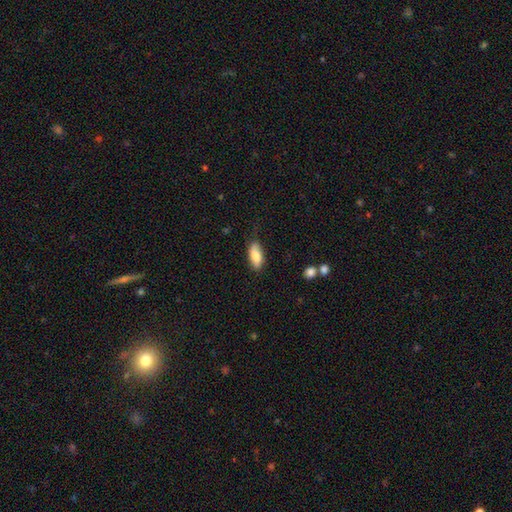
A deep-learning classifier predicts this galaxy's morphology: A smooth galaxy with no disk features (78%) that is in between round and cigar-shaped (83%).

Vote fractions:
- Smooth or featured? smooth: 78% / featured or disk: 16% / star or artifact: 6%
- How rounded? in between: 83% / cigar-shaped: 14% / round: 3%
- Merging? none: 74% / minor disturbance: 20% / major disturbance: 4% / merger: 2%